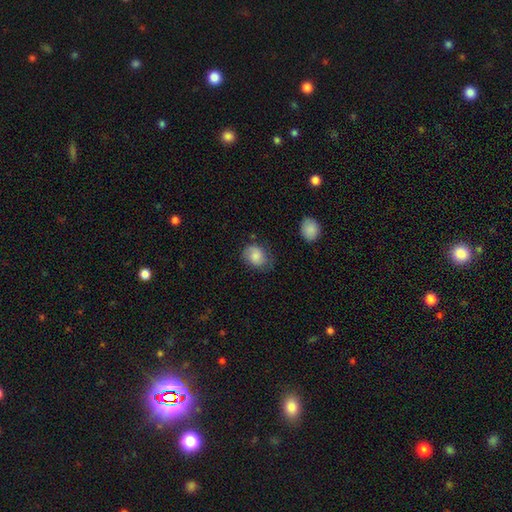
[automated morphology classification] A smooth galaxy with no disk features (75%) that is in between round and cigar-shaped (53%).

Vote fractions:
- Smooth or featured? smooth: 75% / featured or disk: 18% / star or artifact: 8%
- How rounded? in between: 53% / round: 46% / cigar-shaped: 1%
- Merging? none: 59% / minor disturbance: 29% / major disturbance: 9% / merger: 2%